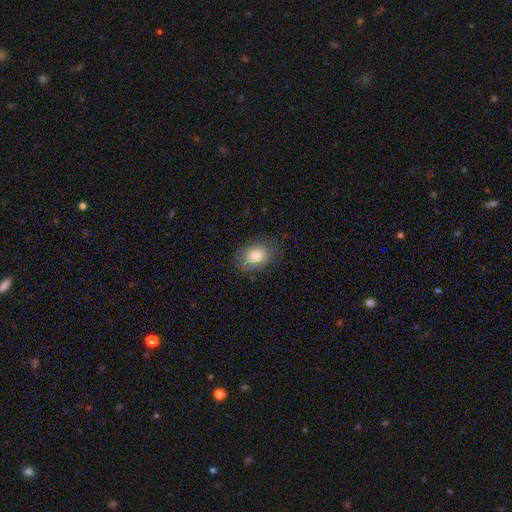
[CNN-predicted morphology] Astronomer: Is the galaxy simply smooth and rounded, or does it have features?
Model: smooth — 79%.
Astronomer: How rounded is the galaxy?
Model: in between — 76%.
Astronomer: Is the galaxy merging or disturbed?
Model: none — 81%.